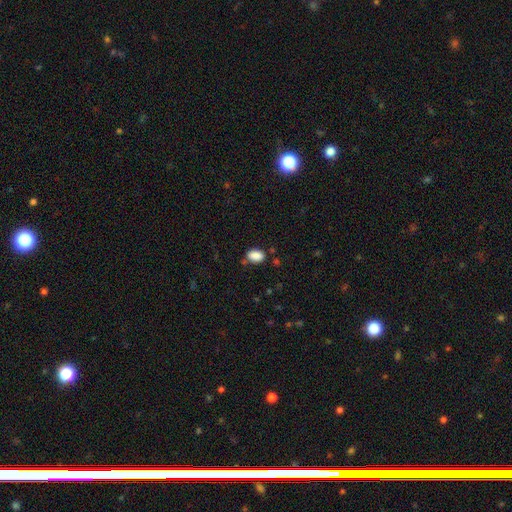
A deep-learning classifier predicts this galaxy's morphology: This is clearly a smooth galaxy (88%). How rounded: clearly in between (86%). Merging: likely none (77%).